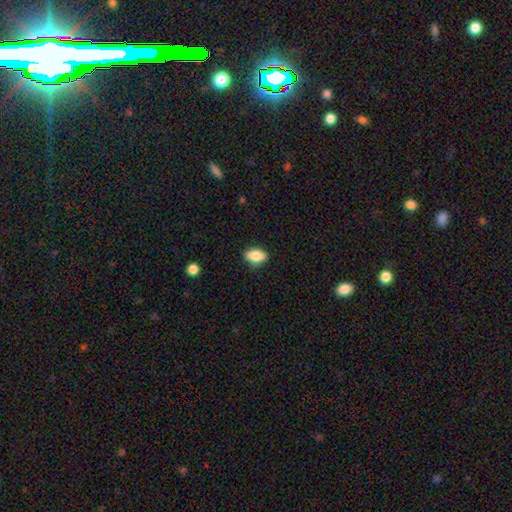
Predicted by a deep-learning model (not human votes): A smooth galaxy with no disk features (82%) that is in between round and cigar-shaped (85%).

Vote fractions:
- Smooth or featured? smooth: 82% / featured or disk: 11% / star or artifact: 8%
- How rounded? in between: 85% / round: 9% / cigar-shaped: 6%
- Merging? none: 85% / minor disturbance: 11% / major disturbance: 2% / merger: 1%